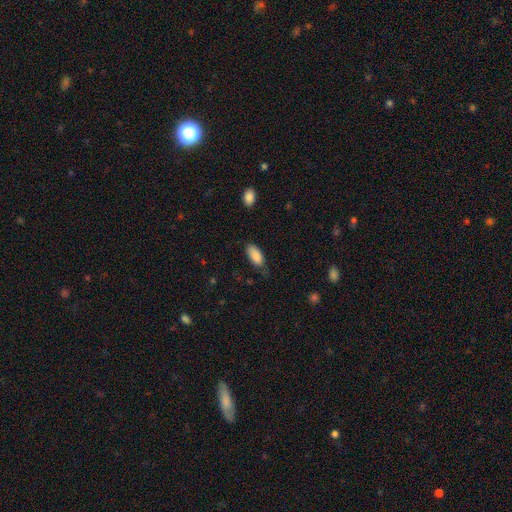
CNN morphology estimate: Q: Smooth or featured?
A: smooth (87%); runner-up: star or artifact (7%)
Q: How rounded?
A: in between (91%); runner-up: cigar-shaped (7%)
Q: Merging?
A: none (65%); runner-up: minor disturbance (26%)